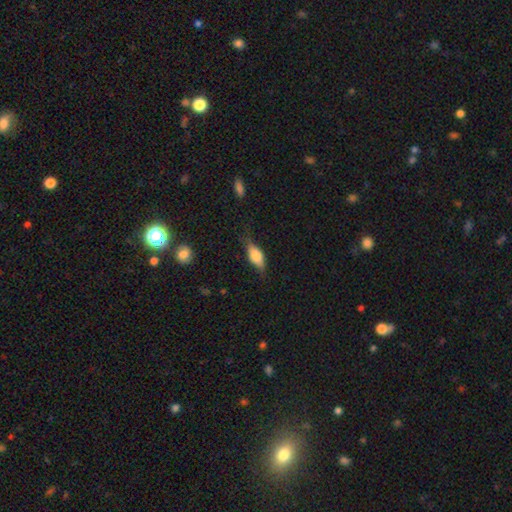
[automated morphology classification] Smooth or featured? Predicted: smooth (p=0.60). How rounded? Predicted: in between (p=0.78). Merging? Predicted: none (p=0.66).